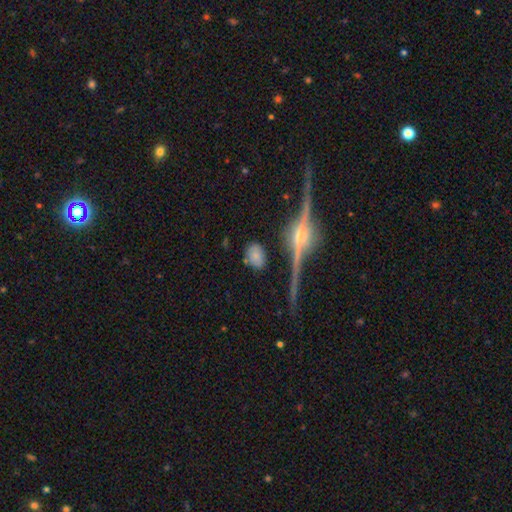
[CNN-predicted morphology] This is likely a smooth galaxy (70%). How rounded: possibly in between (50%). Merging: likely none (76%).